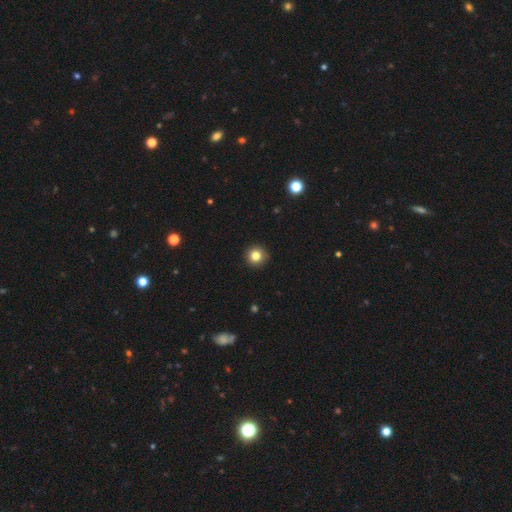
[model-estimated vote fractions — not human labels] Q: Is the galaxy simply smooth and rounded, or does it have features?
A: smooth — 83%.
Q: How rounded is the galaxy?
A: round — 95%.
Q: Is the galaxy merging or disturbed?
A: none — 92%.